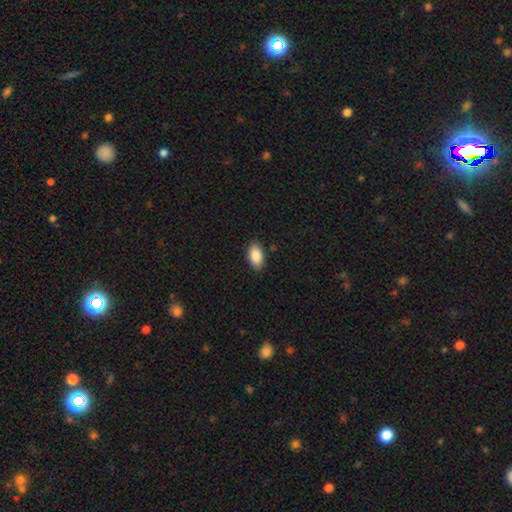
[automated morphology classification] This appears to be a smooth galaxy with no disk features (88%) that is in between round and cigar-shaped (93%). Merging: none (87%).